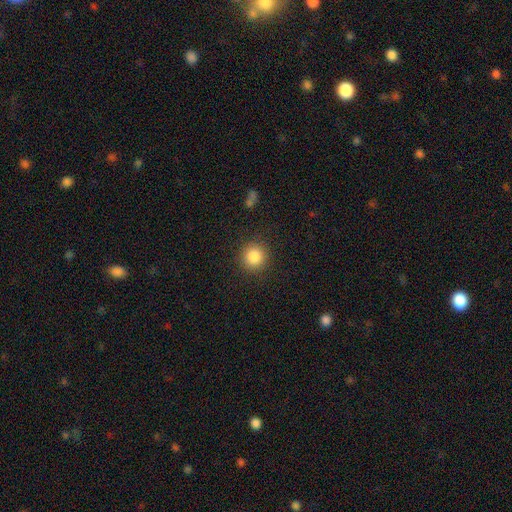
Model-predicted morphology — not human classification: This is clearly a smooth galaxy (86%). How rounded: clearly round (91%). Merging: clearly none (90%).